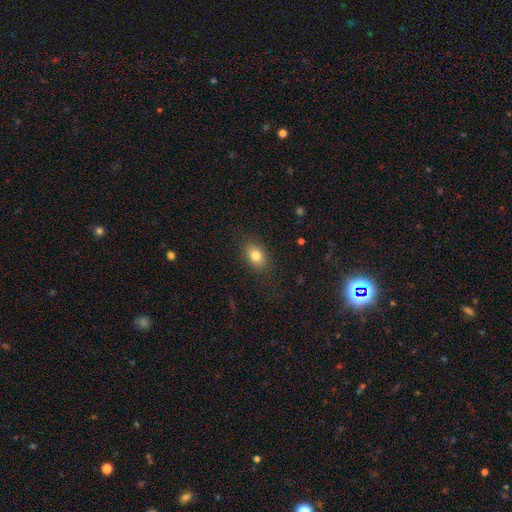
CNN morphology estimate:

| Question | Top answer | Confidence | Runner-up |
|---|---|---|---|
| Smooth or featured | smooth | 81% | star or artifact (9%) |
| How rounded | in between | 78% | round (21%) |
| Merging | none | 84% | minor disturbance (11%) |